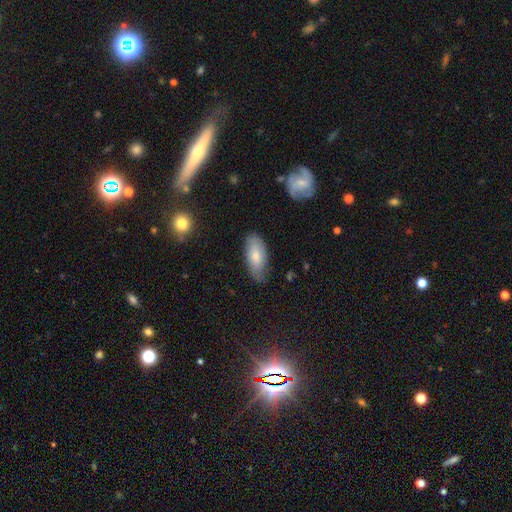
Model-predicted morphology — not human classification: A smooth galaxy with no disk features (76%) that is in between round and cigar-shaped (86%).

Vote fractions:
- Smooth or featured? smooth: 76% / featured or disk: 18% / star or artifact: 6%
- How rounded? in between: 86% / cigar-shaped: 12% / round: 2%
- Merging? none: 72% / minor disturbance: 23% / major disturbance: 4% / merger: 2%